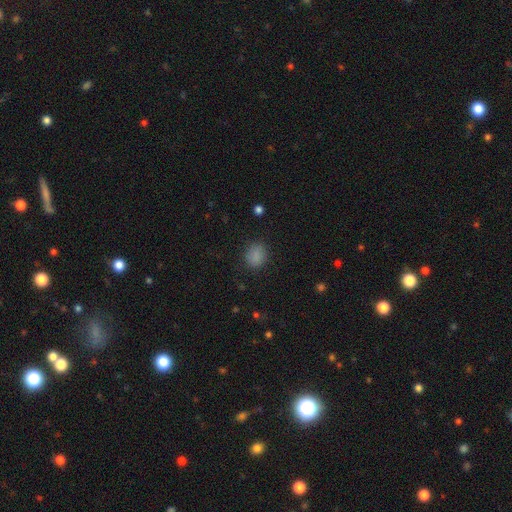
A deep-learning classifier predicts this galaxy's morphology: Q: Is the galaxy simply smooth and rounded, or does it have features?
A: smooth — 84%.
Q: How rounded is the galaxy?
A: round — 59%.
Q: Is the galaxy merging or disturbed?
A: none — 83%.